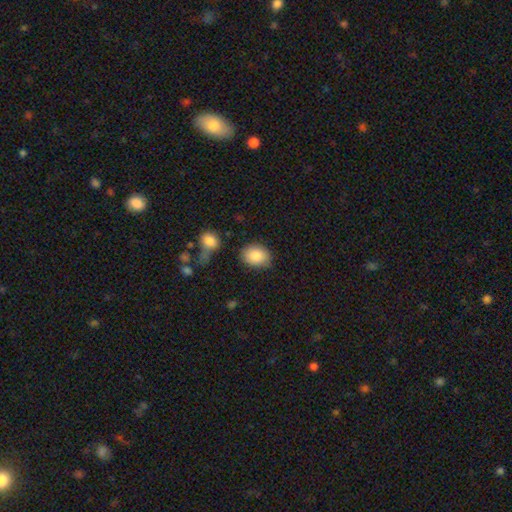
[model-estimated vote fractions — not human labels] Smooth or featured? smooth (87%)
How rounded? in between (62%)
Merging? none (76%)